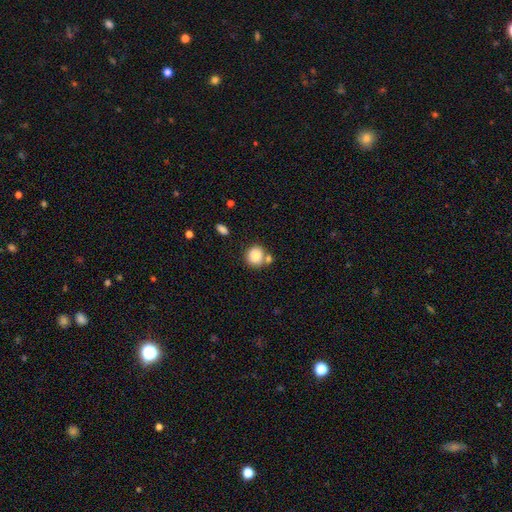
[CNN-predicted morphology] The model was most divided on "merging": none: 63%, merger: 22%, minor disturbance: 11%, major disturbance: 3%. More confident: how rounded — round (85%); smooth or featured — smooth (84%).